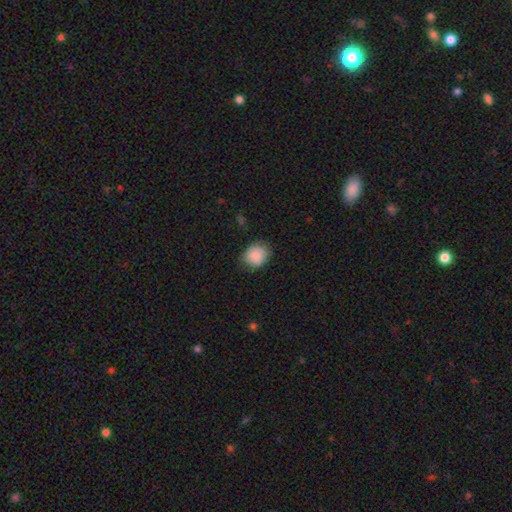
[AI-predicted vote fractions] smooth_or_featured: smooth (p=0.87) [alt: star or artifact p=0.07]
how_rounded: round (p=0.60) [alt: in between p=0.40]
merging: none (p=0.75) [alt: minor disturbance p=0.20]